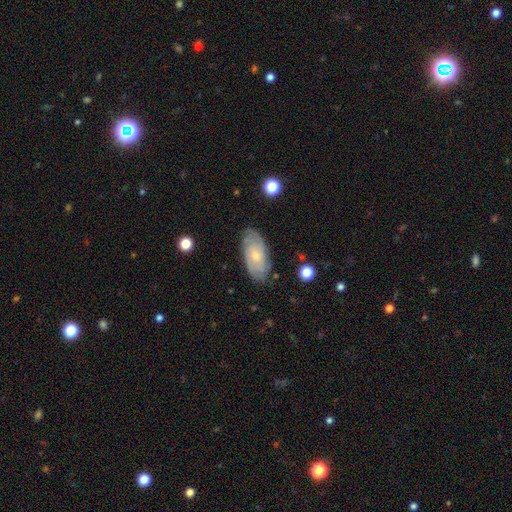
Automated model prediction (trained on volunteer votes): A featured or disk galaxy (54%). Merging: none (80%).